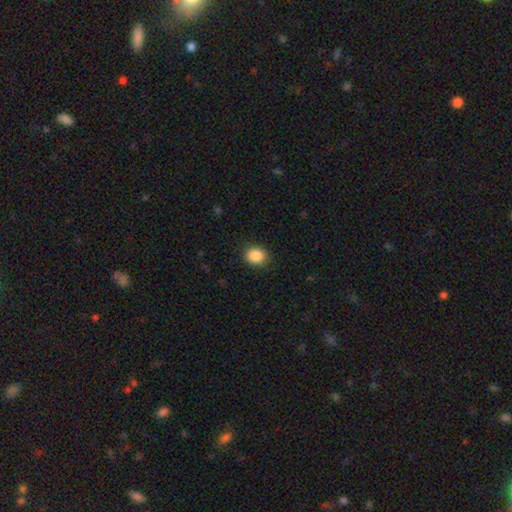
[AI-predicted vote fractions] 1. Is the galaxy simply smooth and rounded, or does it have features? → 88% smooth, 9% star or artifact, 4% featured or disk.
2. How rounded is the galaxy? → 55% round, 44% in between, 1% cigar-shaped.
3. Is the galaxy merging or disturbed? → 87% none, 10% minor disturbance, 3% major disturbance, 1% merger.